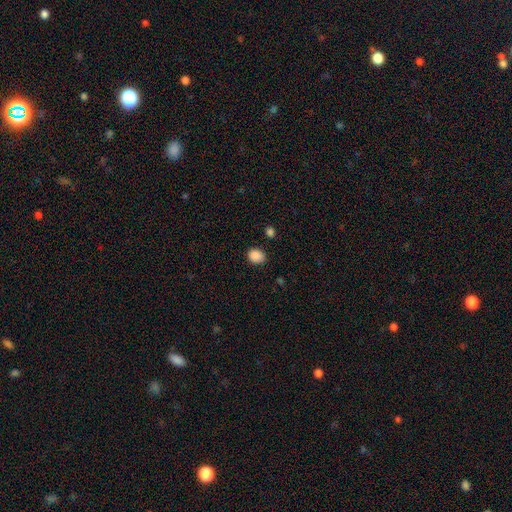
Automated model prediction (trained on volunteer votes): Smooth or featured?
  - smooth: 88% *
  - star or artifact: 9%
  - featured or disk: 3%
How rounded?
  - round: 58% *
  - in between: 41%
  - cigar-shaped: 1%
Merging?
  - none: 85% *
  - minor disturbance: 10%
  - major disturbance: 3%
  - merger: 2%